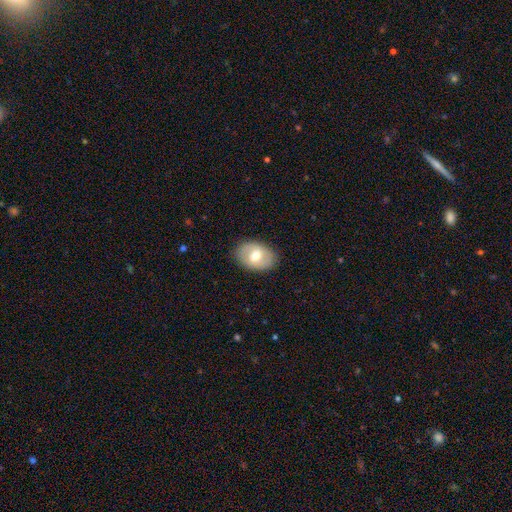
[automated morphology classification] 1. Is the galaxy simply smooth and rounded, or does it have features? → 56% smooth, 38% featured or disk, 6% star or artifact.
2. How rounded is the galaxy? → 77% in between, 22% round, 1% cigar-shaped.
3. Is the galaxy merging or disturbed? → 85% none, 11% minor disturbance, 3% major disturbance, 1% merger.